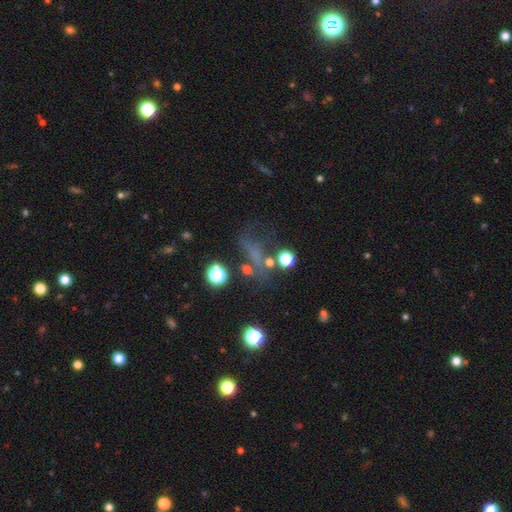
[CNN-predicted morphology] Q: Smooth or featured?
A: star or artifact (43%); runner-up: smooth (35%)